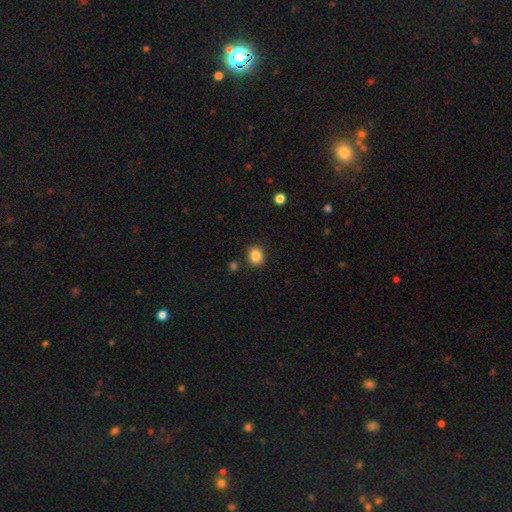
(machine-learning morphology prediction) smooth-or-featured: smooth: 86% | star or artifact: 10% | featured or disk: 4%
  how-rounded: round: 76% | in between: 23% | cigar-shaped: 1%
  merging: none: 88% | minor disturbance: 7% | merger: 3% | major disturbance: 2%